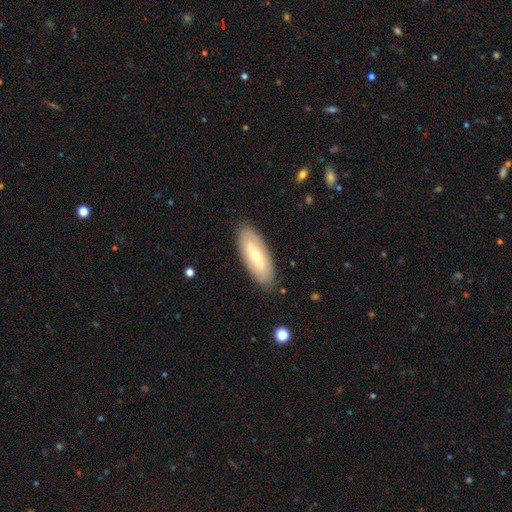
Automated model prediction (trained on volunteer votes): A featured or disk galaxy (47%, tied with smooth). Merging: none (87%).